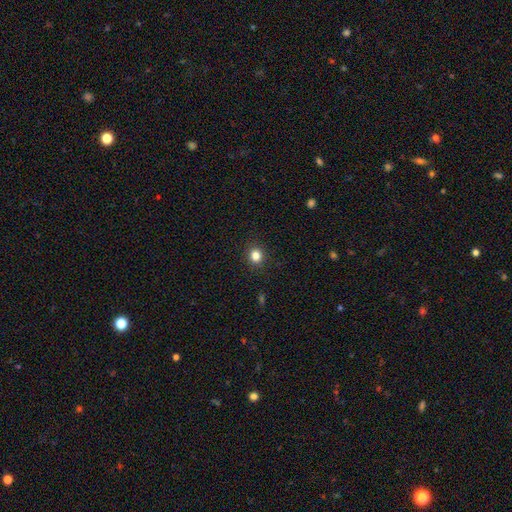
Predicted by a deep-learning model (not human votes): This is clearly a smooth galaxy (82%). How rounded: clearly round (86%). Merging: clearly none (91%).